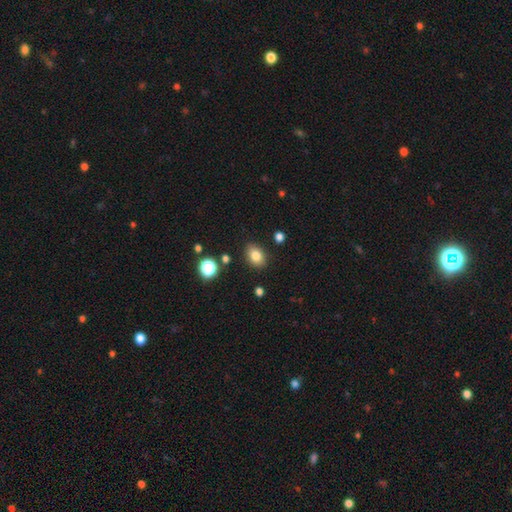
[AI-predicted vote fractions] A smooth galaxy with no disk features (82%) that is in between round and cigar-shaped (69%). Merging: none (85%).